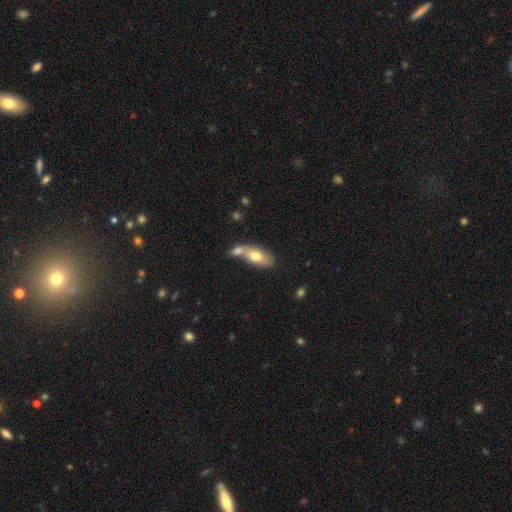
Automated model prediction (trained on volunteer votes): smooth-or-featured: smooth: 70% | featured or disk: 23% | star or artifact: 7%
  how-rounded: in between: 83% | cigar-shaped: 11% | round: 6%
  merging: merger: 55% | none: 31% | minor disturbance: 10% | major disturbance: 4%